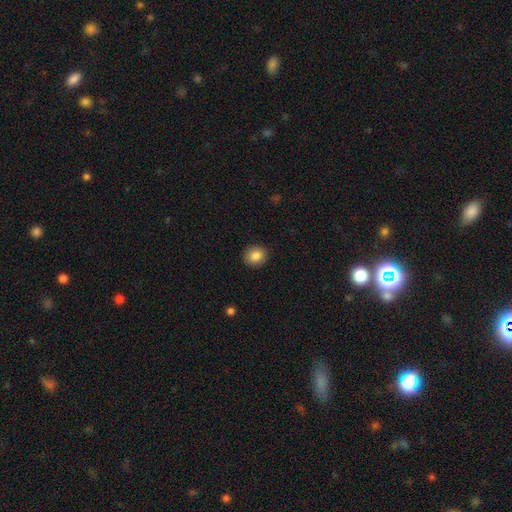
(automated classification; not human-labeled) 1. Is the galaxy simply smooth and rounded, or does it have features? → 85% smooth, 9% star or artifact, 6% featured or disk.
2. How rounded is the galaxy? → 81% round, 18% in between, 1% cigar-shaped.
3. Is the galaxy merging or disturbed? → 90% none, 7% minor disturbance, 2% major disturbance, 1% merger.